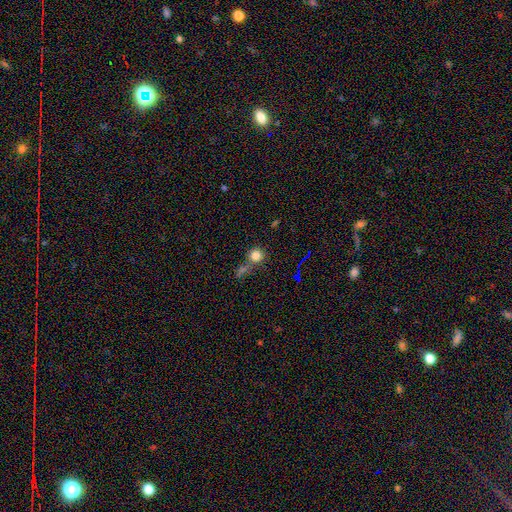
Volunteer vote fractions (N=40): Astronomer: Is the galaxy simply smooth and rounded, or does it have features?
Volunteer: smooth — 82%.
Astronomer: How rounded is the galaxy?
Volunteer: round — 91%.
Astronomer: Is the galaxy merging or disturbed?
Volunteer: none — 61%.